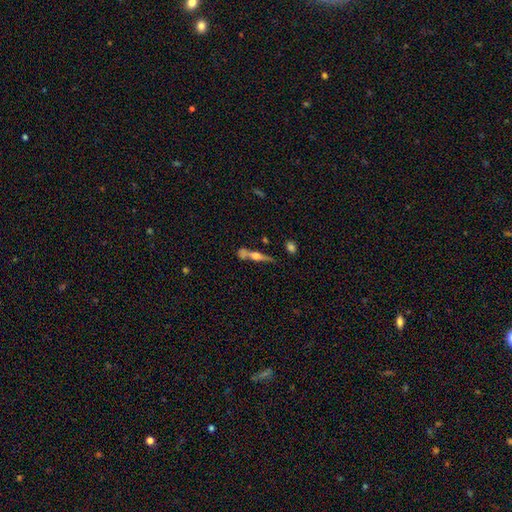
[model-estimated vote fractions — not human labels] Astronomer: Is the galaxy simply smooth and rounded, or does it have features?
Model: featured or disk — 58% (runner-up: smooth, 33%).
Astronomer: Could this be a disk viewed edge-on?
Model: yes — 91%.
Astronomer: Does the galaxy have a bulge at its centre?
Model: rounded — 87%.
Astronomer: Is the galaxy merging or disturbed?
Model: none — 51% (runner-up: merger, 26%).